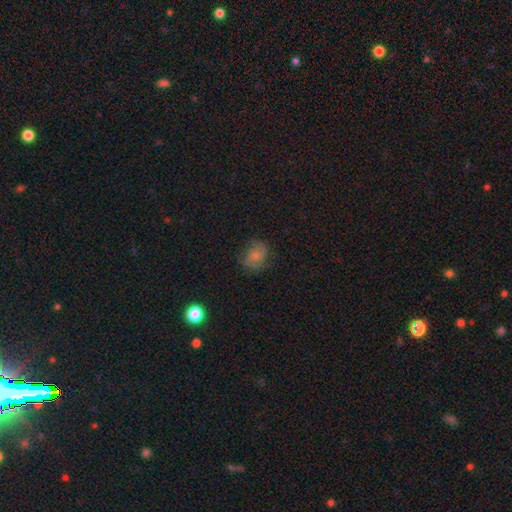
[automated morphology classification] Smooth or featured?
  - smooth: 64% *
  - featured or disk: 25%
  - star or artifact: 10%
How rounded?
  - round: 50% *
  - in between: 49%
  - cigar-shaped: 1%
Merging?
  - none: 70% *
  - minor disturbance: 21%
  - major disturbance: 8%
  - merger: 1%